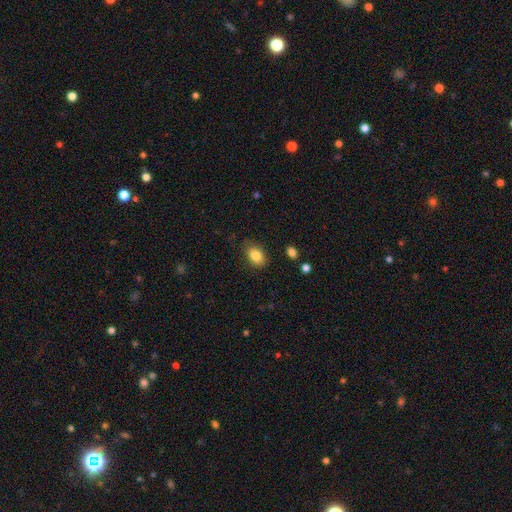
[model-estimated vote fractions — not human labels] A smooth galaxy with no disk features (85%) that is in between round and cigar-shaped (86%). Merging: none (80%).